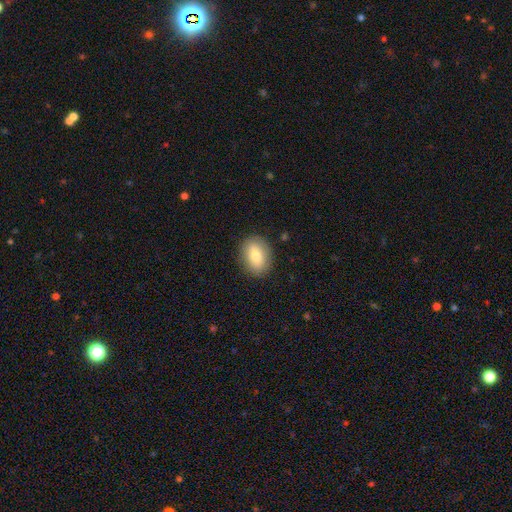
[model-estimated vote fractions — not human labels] smooth_or_featured: smooth (p=0.77) [alt: featured or disk p=0.16]
how_rounded: in between (p=0.72) [alt: round p=0.27]
merging: none (p=0.86) [alt: minor disturbance p=0.10]